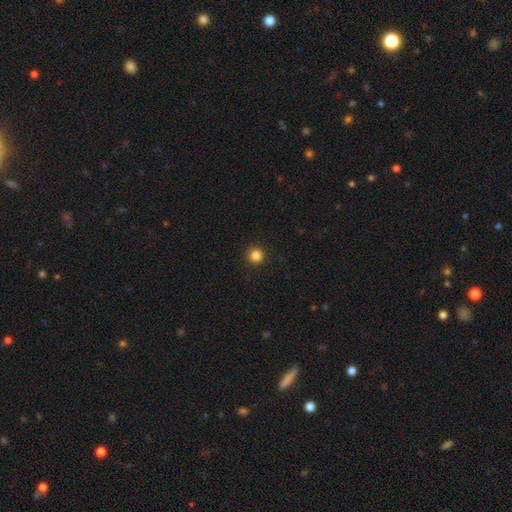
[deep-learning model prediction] This is clearly a smooth galaxy (84%). How rounded: clearly round (96%). Merging: clearly none (93%).